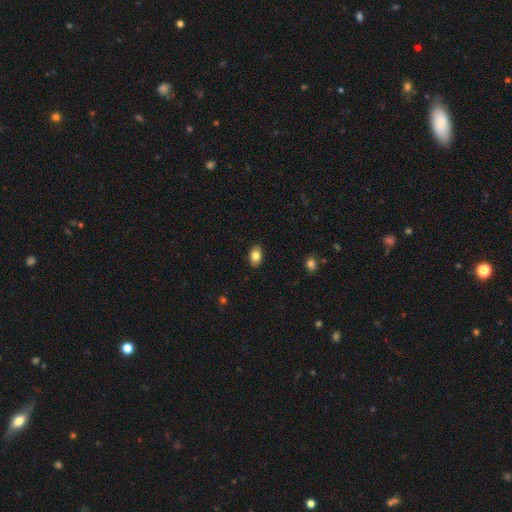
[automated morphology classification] This is clearly a smooth galaxy (83%). How rounded: clearly in between (86%). Merging: clearly none (89%).